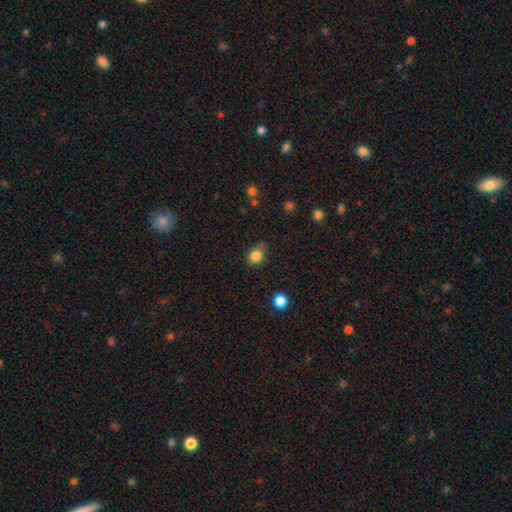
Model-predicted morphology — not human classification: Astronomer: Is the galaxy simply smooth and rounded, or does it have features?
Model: smooth — 83%.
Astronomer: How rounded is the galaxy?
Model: round — 80%.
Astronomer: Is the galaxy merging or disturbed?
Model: none — 65%.